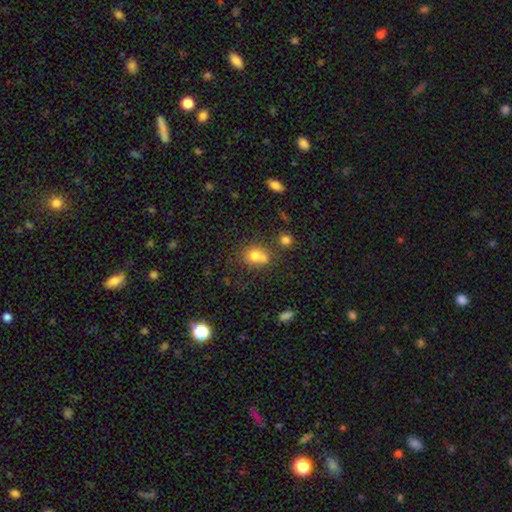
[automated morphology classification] Smooth or featured: smooth — 74% (featured or disk — 13%)
How rounded: round — 61% (in between — 38%)
Merging: none — 41% (tied with merger — 41%)